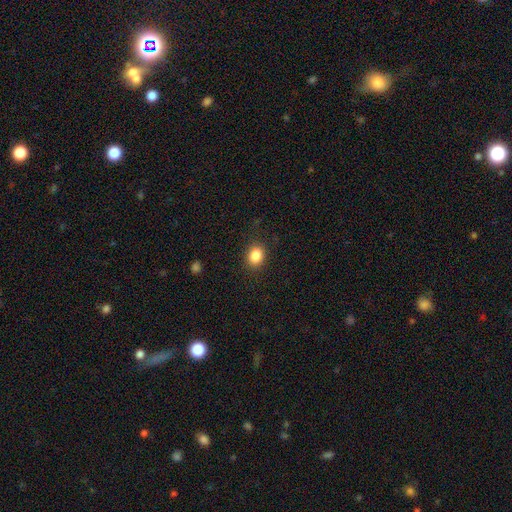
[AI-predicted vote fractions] Smooth or featured: smooth — 86% (star or artifact — 9%)
How rounded: in between — 52% (round — 47%)
Merging: none — 87% (minor disturbance — 9%)